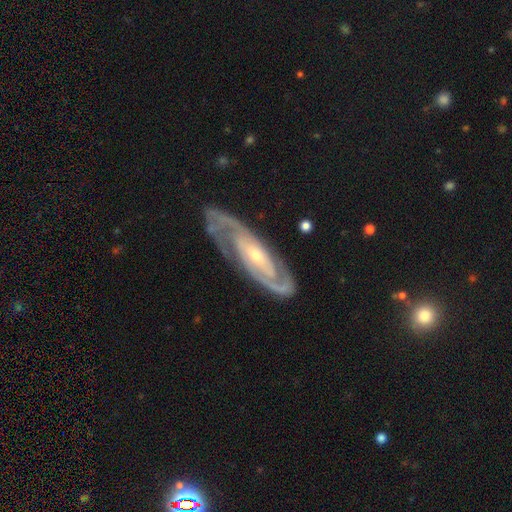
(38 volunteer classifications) smooth_or_featured: featured or disk (p=0.92) [alt: smooth p=0.05]
disk_edge_on: no (p=0.97) [alt: yes p=0.03]
bar: weak (p=0.50) [alt: strong p=0.26]
has_spiral_arms: yes (p=1.00)
spiral_winding: tight (p=0.79) [alt: medium p=0.15]
spiral_arm_count: 2 (p=0.85) [alt: 3 p=0.09]
bulge_size: moderate (p=0.68) [alt: small p=0.32]
merging: none (p=0.89) [alt: minor disturbance p=0.08]